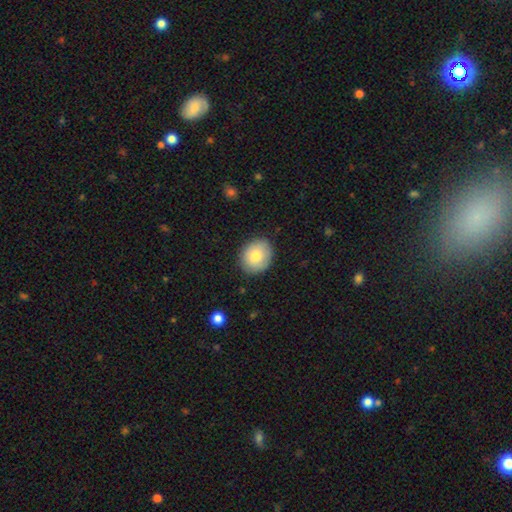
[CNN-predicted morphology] Smooth or featured: smooth — 79% (featured or disk — 14%)
How rounded: round — 67% (in between — 32%)
Merging: none — 85% (minor disturbance — 12%)